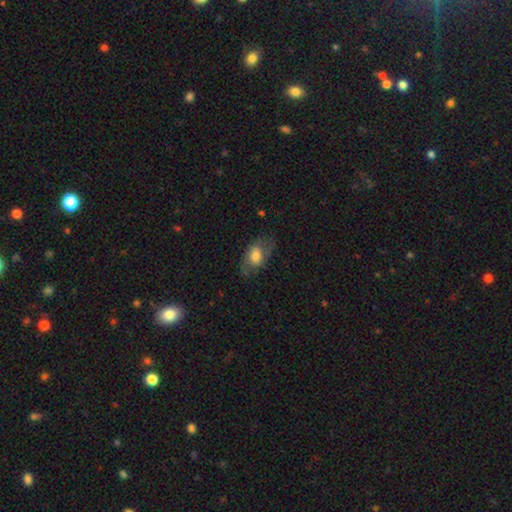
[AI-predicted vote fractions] smooth_or_featured: smooth (p=0.55) [alt: featured or disk p=0.38]
how_rounded: in between (p=0.87) [alt: round p=0.10]
merging: none (p=0.68) [alt: minor disturbance p=0.19]